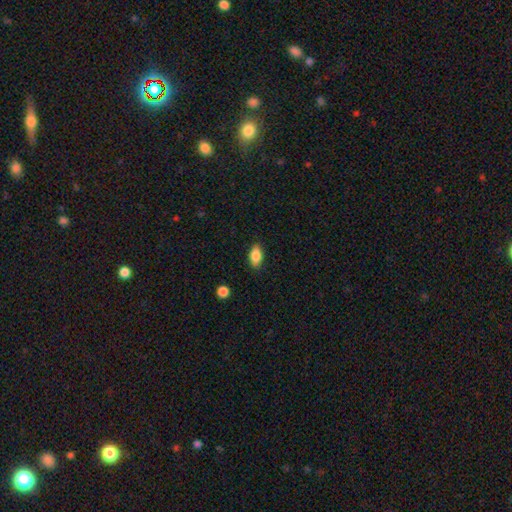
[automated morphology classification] A smooth galaxy with no disk features (85%) that is in between round and cigar-shaped (89%). Merging: none (86%).